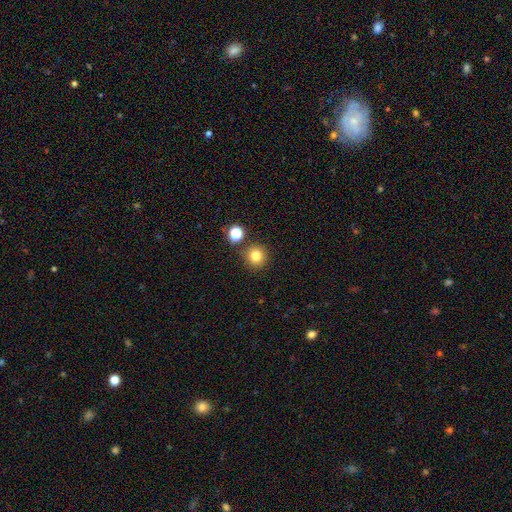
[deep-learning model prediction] Smooth or featured: smooth — 79% (star or artifact — 14%)
How rounded: round — 93% (in between — 6%)
Merging: none — 83% (merger — 7%)